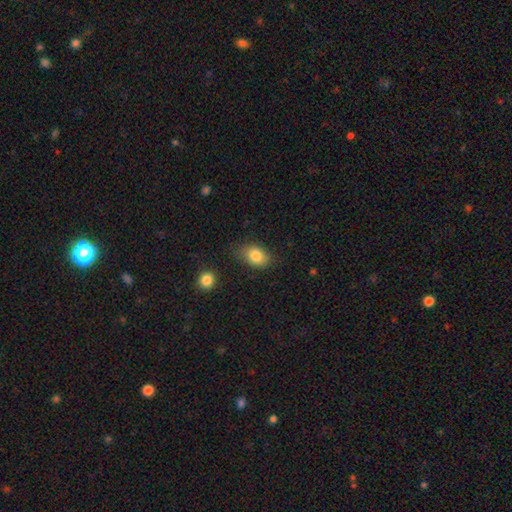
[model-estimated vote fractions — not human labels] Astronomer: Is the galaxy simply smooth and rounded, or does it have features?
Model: smooth — 82%.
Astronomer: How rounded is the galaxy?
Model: in between — 76%.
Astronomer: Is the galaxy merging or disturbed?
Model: none — 75%.